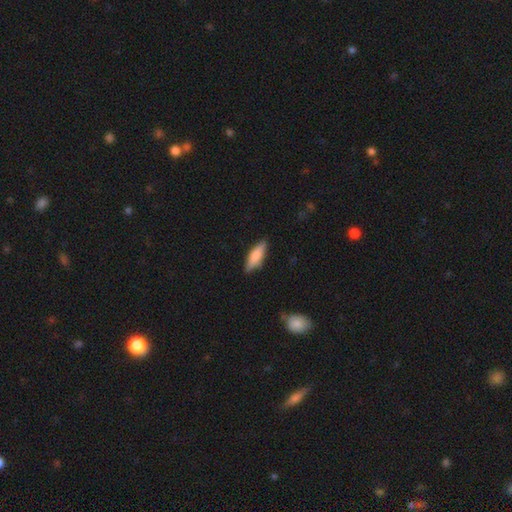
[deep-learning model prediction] Smooth or featured?
  - smooth: 77% *
  - featured or disk: 17%
  - star or artifact: 6%
How rounded?
  - in between: 51% *
  - cigar-shaped: 47%
  - round: 2%
Merging?
  - none: 83% *
  - minor disturbance: 14%
  - major disturbance: 2%
  - merger: 1%